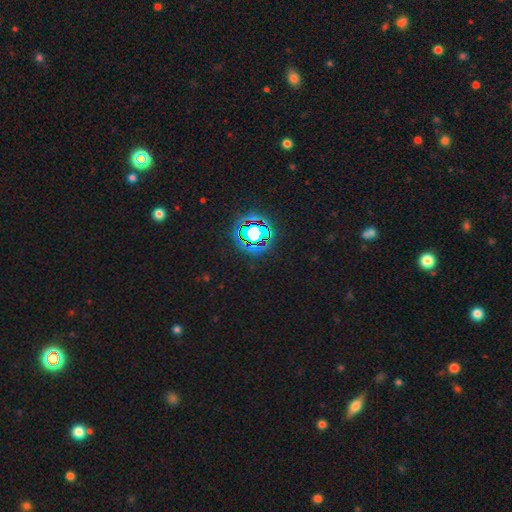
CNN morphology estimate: Q: Smooth or featured?
A: star or artifact (81%); runner-up: smooth (11%)